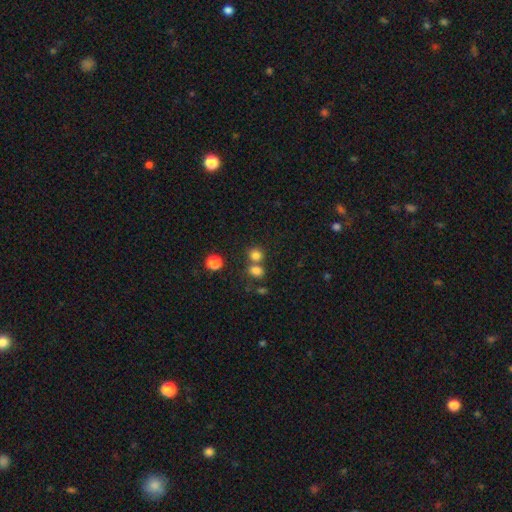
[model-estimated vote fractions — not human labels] Smooth or featured: smooth — 79% (star or artifact — 15%)
How rounded: round — 74% (in between — 25%)
Merging: none — 54% (merger — 35%)